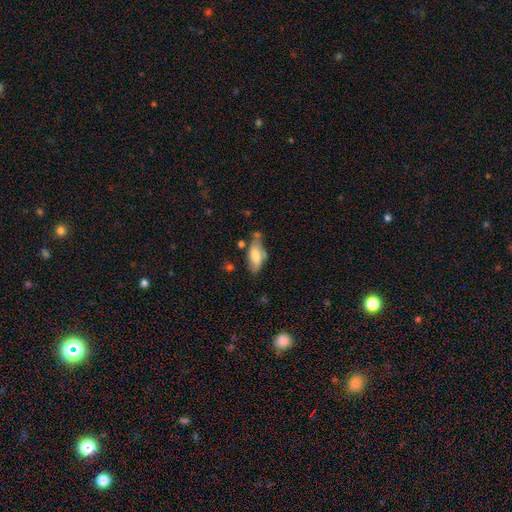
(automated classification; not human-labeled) smooth-or-featured: smooth: 68% | featured or disk: 25% | star or artifact: 7%
  how-rounded: in between: 80% | cigar-shaped: 17% | round: 3%
  merging: none: 46% | minor disturbance: 32% | merger: 11% | major disturbance: 11%